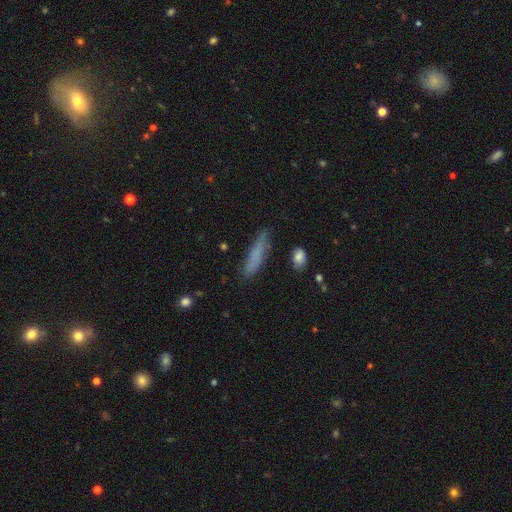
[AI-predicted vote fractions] Smooth or featured? Predicted: smooth (p=0.73). How rounded? Predicted: cigar-shaped (p=0.82). Merging? Predicted: none (p=0.76).